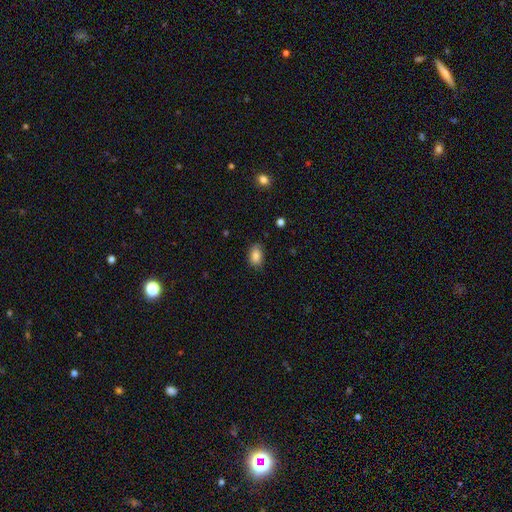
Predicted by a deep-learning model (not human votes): A smooth galaxy with no disk features (86%) that is in between round and cigar-shaped (88%).

Vote fractions:
- Smooth or featured? smooth: 86% / star or artifact: 8% / featured or disk: 6%
- How rounded? in between: 88% / round: 10% / cigar-shaped: 2%
- Merging? none: 82% / minor disturbance: 14% / major disturbance: 3% / merger: 1%